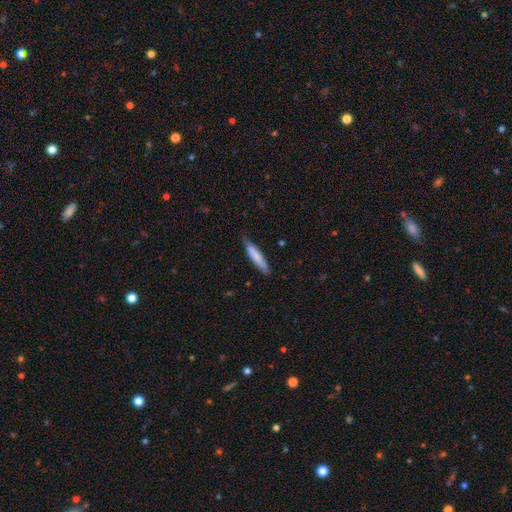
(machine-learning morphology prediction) smooth_or_featured: smooth (p=0.78) [alt: featured or disk p=0.16]
how_rounded: cigar-shaped (p=0.87) [alt: in between p=0.11]
merging: none (p=0.73) [alt: minor disturbance p=0.22]